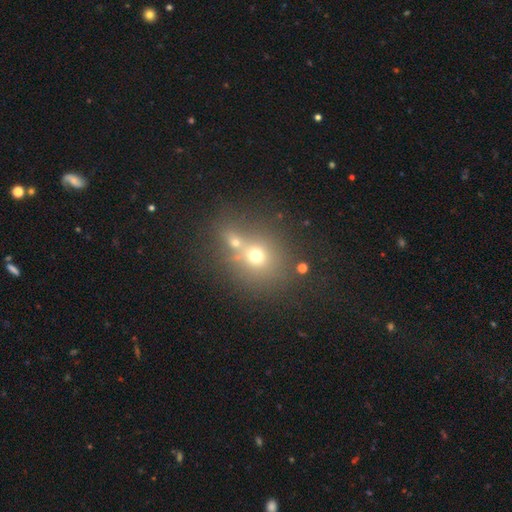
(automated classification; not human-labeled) Smooth or featured? Predicted: smooth (p=0.62). How rounded? Predicted: round (p=0.77). Merging? Predicted: none (p=0.48).